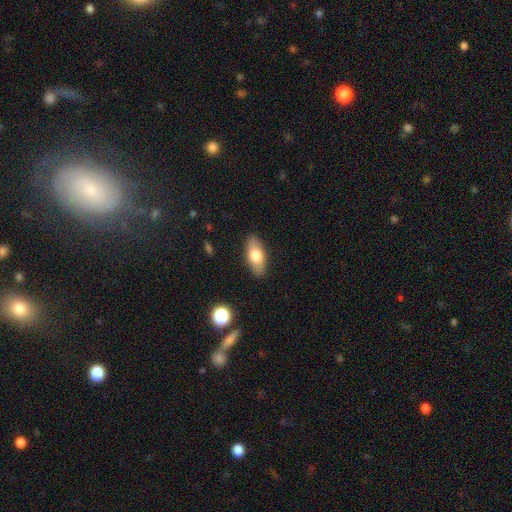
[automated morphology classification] smooth 73%, featured or disk 21%, star or artifact 6%. Down the decision tree: how rounded — in between (82%); merging — none (88%).